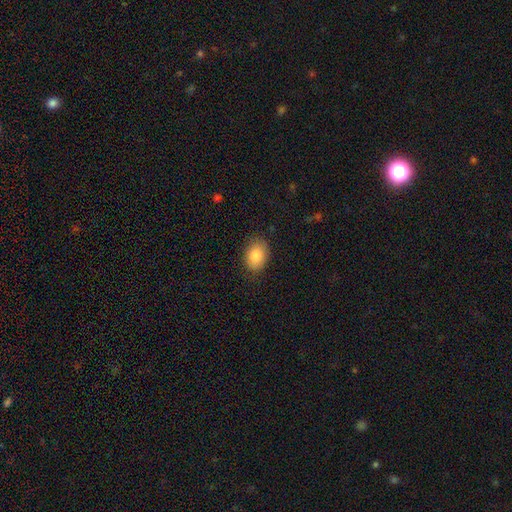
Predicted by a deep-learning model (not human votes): Smooth or featured?
  - smooth: 86% *
  - star or artifact: 8%
  - featured or disk: 6%
How rounded?
  - in between: 75% *
  - round: 24%
  - cigar-shaped: 1%
Merging?
  - none: 83% *
  - minor disturbance: 13%
  - major disturbance: 3%
  - merger: 1%